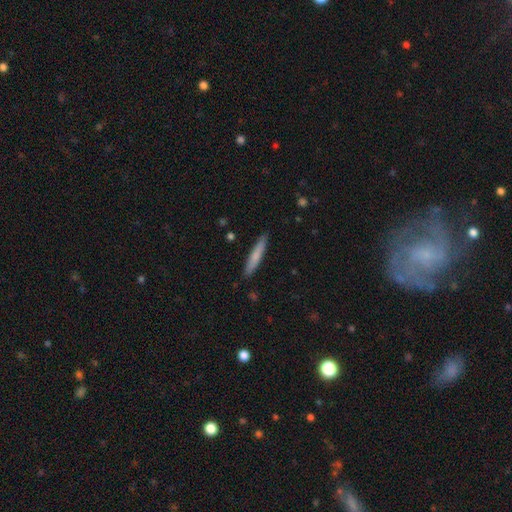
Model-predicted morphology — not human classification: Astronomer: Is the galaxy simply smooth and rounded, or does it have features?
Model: smooth — 71%.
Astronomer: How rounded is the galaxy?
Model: cigar-shaped — 94%.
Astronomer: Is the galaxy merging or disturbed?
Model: none — 90%.